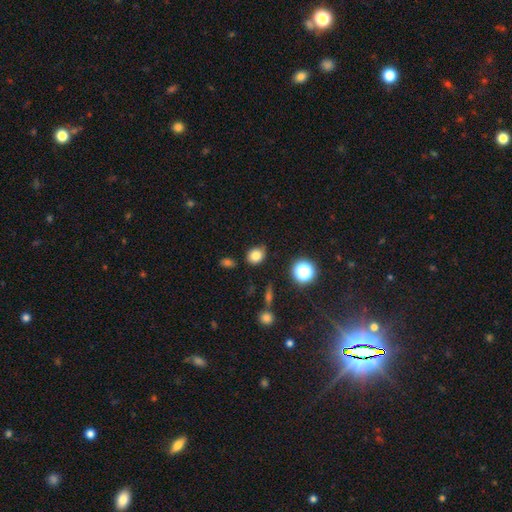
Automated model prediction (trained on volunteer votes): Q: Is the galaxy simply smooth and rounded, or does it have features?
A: smooth — 80%.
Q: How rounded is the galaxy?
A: round — 55%.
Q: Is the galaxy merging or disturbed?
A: none — 77%.